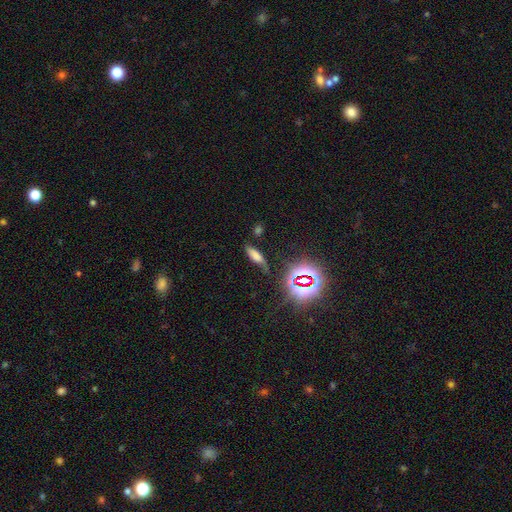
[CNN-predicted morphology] smooth-or-featured: smooth: 64% | star or artifact: 23% | featured or disk: 13%
  how-rounded: in between: 48% (tied) | cigar-shaped: 48% (tied) | round: 4%
  merging: none: 67% | minor disturbance: 21% | major disturbance: 7% | merger: 4%